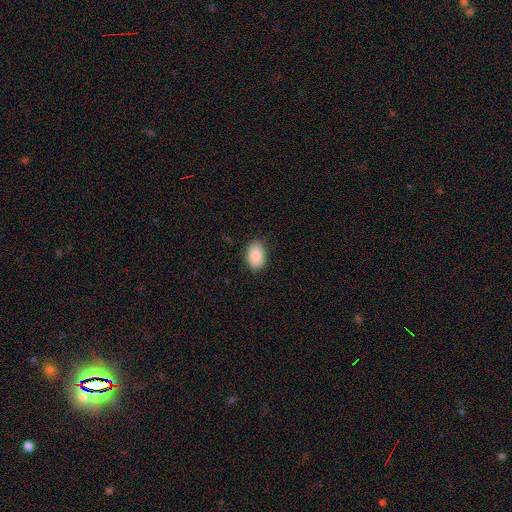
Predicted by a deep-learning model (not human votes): A smooth galaxy with no disk features (88%) that is in between round and cigar-shaped (88%). Merging: none (85%).